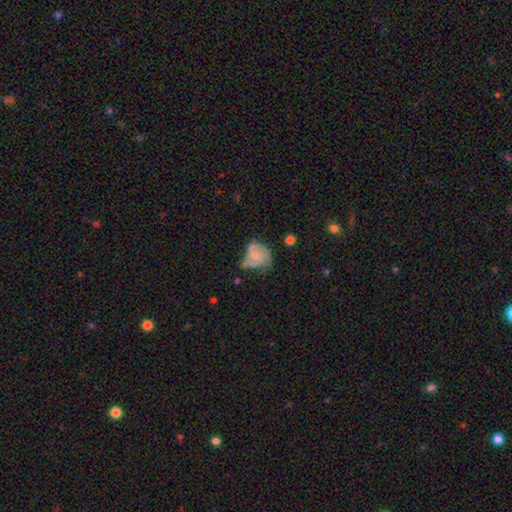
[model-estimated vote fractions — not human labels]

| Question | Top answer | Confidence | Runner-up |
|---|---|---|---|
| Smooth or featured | featured or disk | 59% | smooth (33%) |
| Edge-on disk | no | 98% | yes (2%) |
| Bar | no | 72% | weak (24%) |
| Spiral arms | yes | 77% | no (23%) |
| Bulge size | small | 52% | moderate (26%) |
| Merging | minor disturbance | 33% | none (32%) |